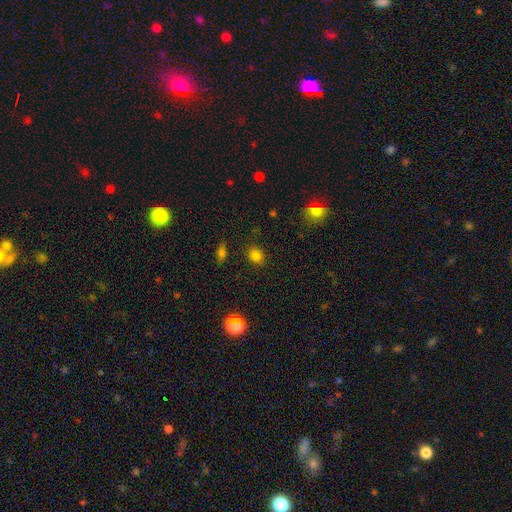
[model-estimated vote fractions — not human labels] Smooth or featured? Predicted: smooth (p=0.79). How rounded? Predicted: round (p=0.66). Merging? Predicted: none (p=0.86).